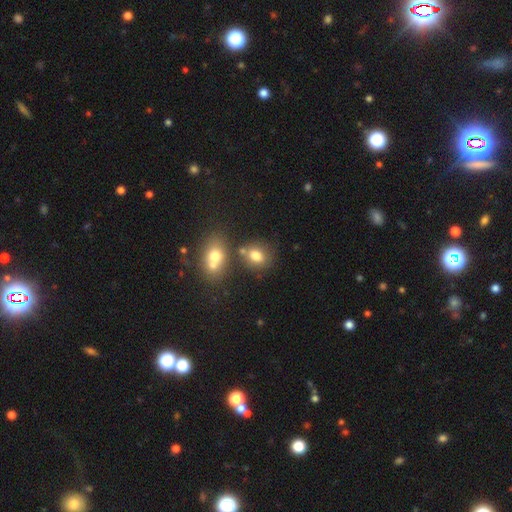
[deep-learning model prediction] Morphology: type=smooth (76%); roundness=in between (50%); merging=none (55%).